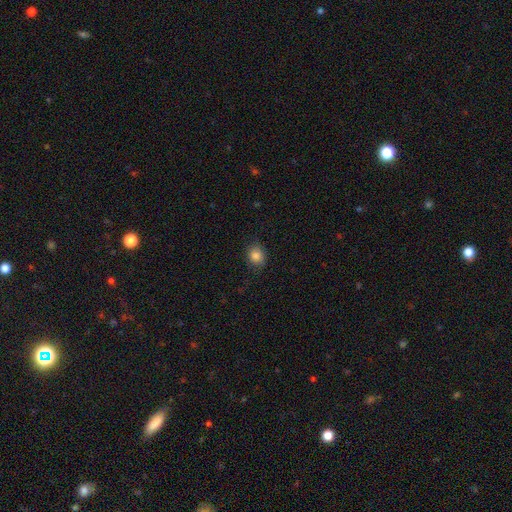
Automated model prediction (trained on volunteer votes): A smooth galaxy with no disk features (84%) that is round (58%).

Vote fractions:
- Smooth or featured? smooth: 84% / star or artifact: 10% / featured or disk: 6%
- How rounded? round: 58% / in between: 41% / cigar-shaped: 1%
- Merging? none: 79% / minor disturbance: 16% / major disturbance: 4% / merger: 1%